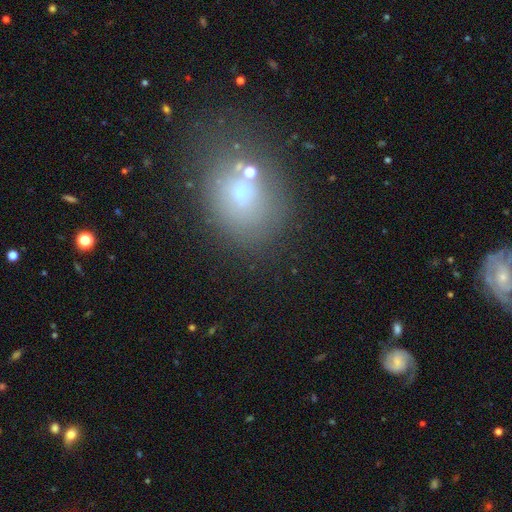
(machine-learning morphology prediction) Smooth or featured?
  - smooth: 51% *
  - star or artifact: 32%
  - featured or disk: 17%
How rounded?
  - round: 57% *
  - in between: 42%
  - cigar-shaped: 2%
Merging?
  - none: 63% *
  - merger: 18%
  - minor disturbance: 13%
  - major disturbance: 6%